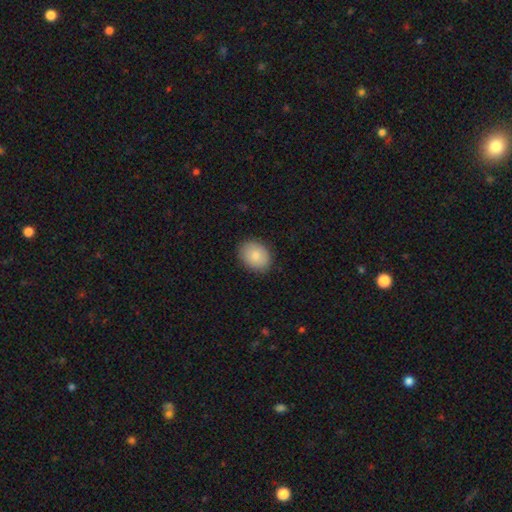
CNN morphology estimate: A smooth galaxy with no disk features (85%) that is in between round and cigar-shaped (55%).

Vote fractions:
- Smooth or featured? smooth: 85% / featured or disk: 8% / star or artifact: 7%
- How rounded? in between: 55% / round: 44% / cigar-shaped: 1%
- Merging? none: 88% / minor disturbance: 9% / major disturbance: 2% / merger: 1%